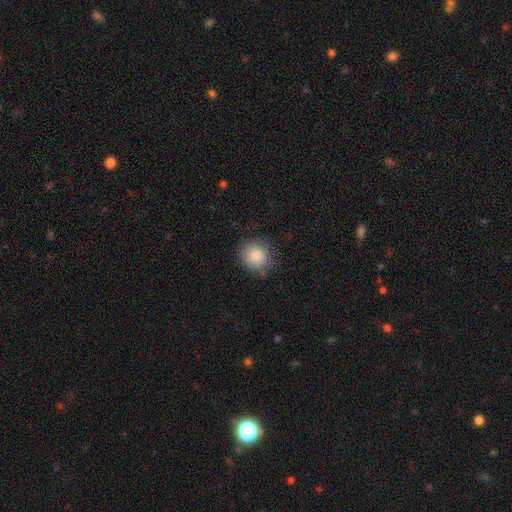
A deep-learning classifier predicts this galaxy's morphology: smooth 86%, star or artifact 9%, featured or disk 5%. Down the decision tree: how rounded — round (86%); merging — none (83%).